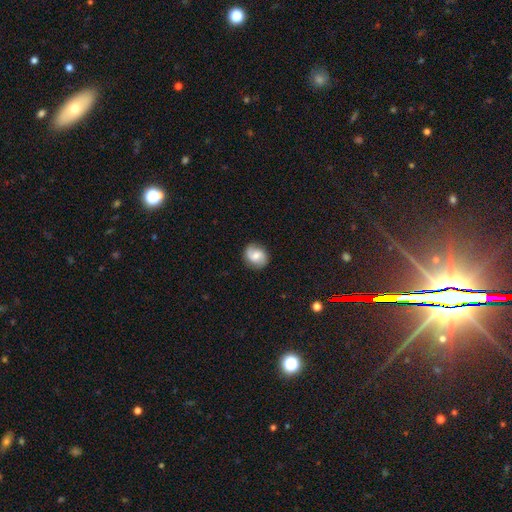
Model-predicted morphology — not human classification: type=featured or disk (55%); edge-on=no (97%); bar=no (46%); spiral arms=yes (89%); bulge=moderate (62%); merging=none (85%).